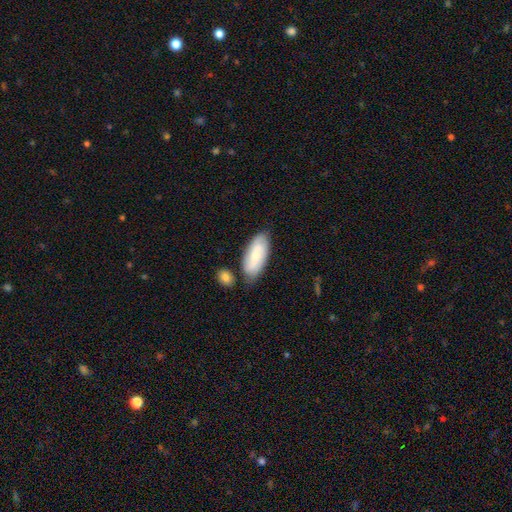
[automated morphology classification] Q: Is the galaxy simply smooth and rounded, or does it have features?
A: smooth — 67%.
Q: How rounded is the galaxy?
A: in between — 85%.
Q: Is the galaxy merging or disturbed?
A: none — 70%.